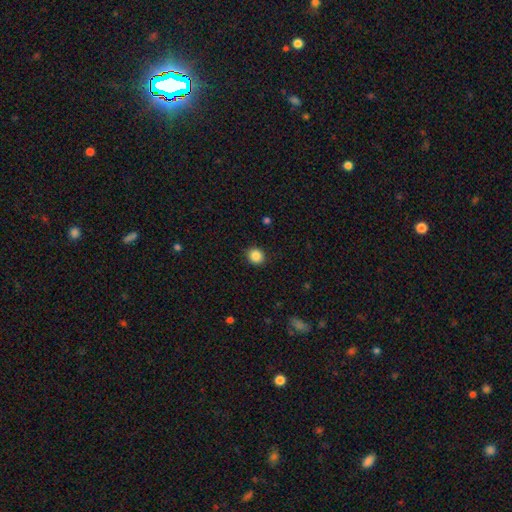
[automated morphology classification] A smooth galaxy with no disk features (86%) that is round (85%). Merging: none (90%).